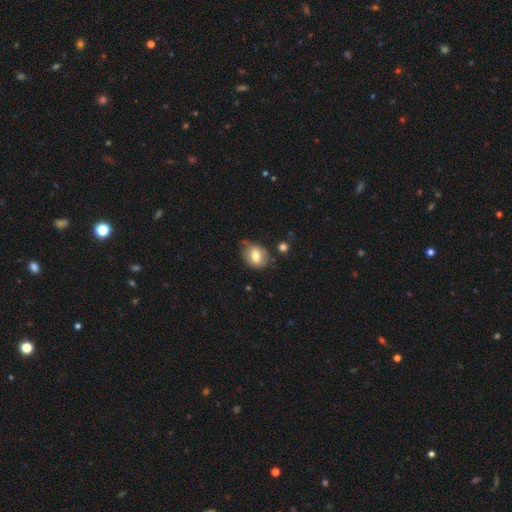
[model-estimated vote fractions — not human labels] smooth_or_featured: smooth (p=0.70) [alt: featured or disk p=0.21]
how_rounded: in between (p=0.57) [alt: round p=0.42]
merging: none (p=0.66) [alt: minor disturbance p=0.23]